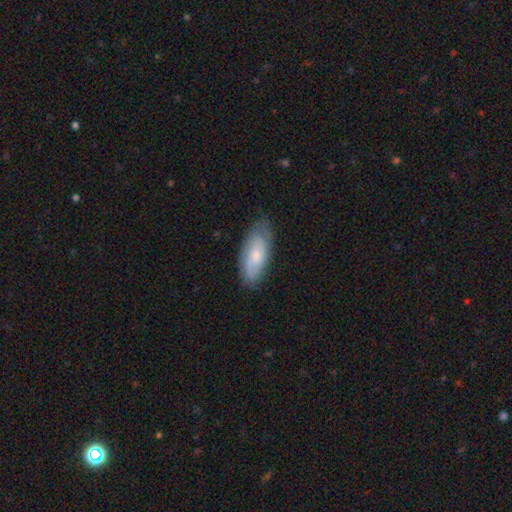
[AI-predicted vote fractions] Overall: smooth (59%; featured or disk 35%). How rounded: in between (82%). Merging: none (74%).